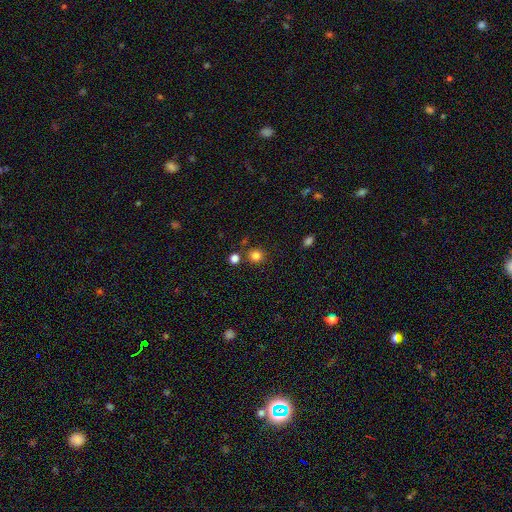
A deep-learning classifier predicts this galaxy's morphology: Smooth or featured?
  - smooth: 83% *
  - star or artifact: 13%
  - featured or disk: 4%
How rounded?
  - round: 90% *
  - in between: 9%
  - cigar-shaped: 1%
Merging?
  - none: 81% *
  - merger: 9%
  - minor disturbance: 8%
  - major disturbance: 3%